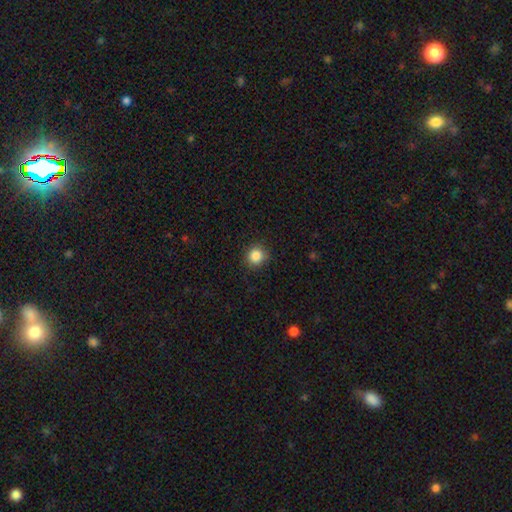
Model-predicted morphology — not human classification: This appears to be a smooth galaxy with no disk features (85%) that is round (90%). Merging: none (88%).